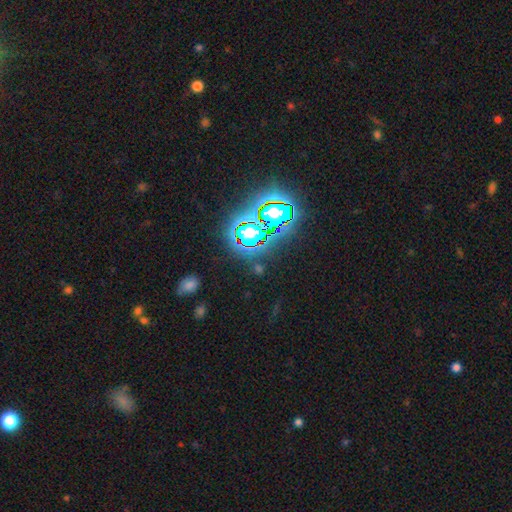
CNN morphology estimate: smooth_or_featured: star or artifact (p=0.80) [alt: smooth p=0.12]